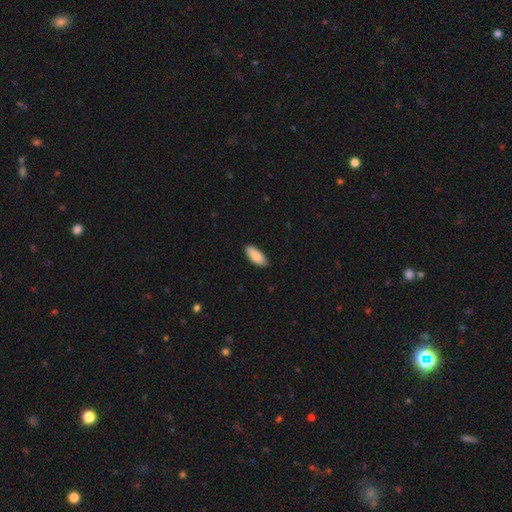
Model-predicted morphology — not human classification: smooth-or-featured: smooth: 87% | featured or disk: 7% | star or artifact: 6%
  how-rounded: in between: 86% | cigar-shaped: 13% | round: 2%
  merging: none: 88% | minor disturbance: 10% | major disturbance: 2% | merger: 1%